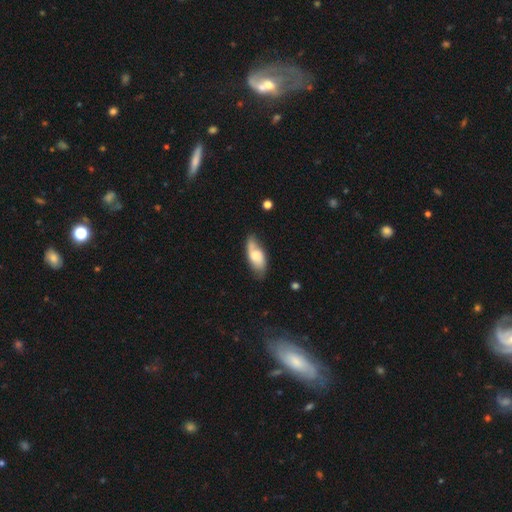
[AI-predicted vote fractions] This is possibly a smooth galaxy (51%). How rounded: clearly in between (83%). Merging: likely none (65%).